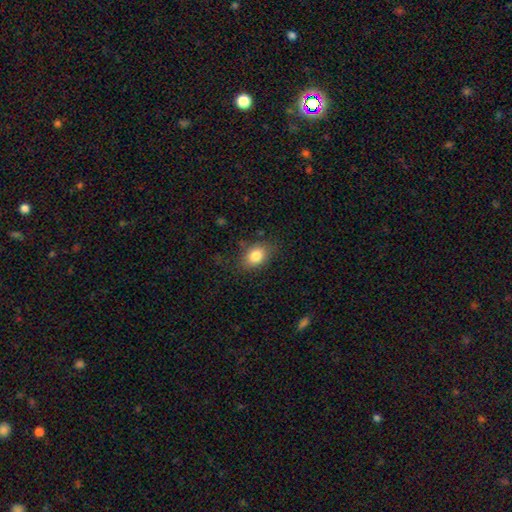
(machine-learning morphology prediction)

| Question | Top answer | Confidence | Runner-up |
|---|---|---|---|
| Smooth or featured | smooth | 82% | star or artifact (9%) |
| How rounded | in between | 72% | round (26%) |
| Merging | none | 77% | minor disturbance (17%) |